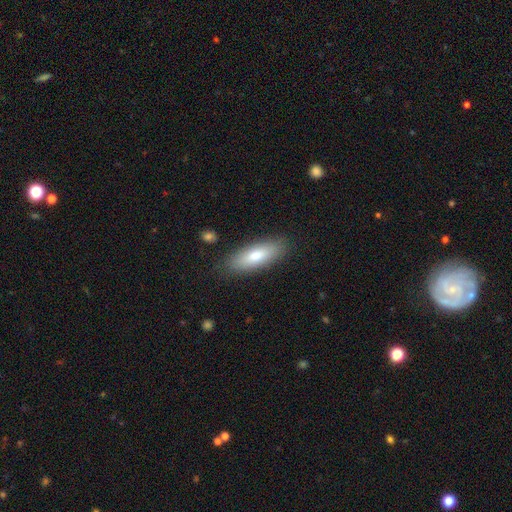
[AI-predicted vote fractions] The model was most divided on "how rounded": in between: 62%, cigar-shaped: 36%, round: 2%. More confident: merging — none (87%); smooth or featured — smooth (72%).